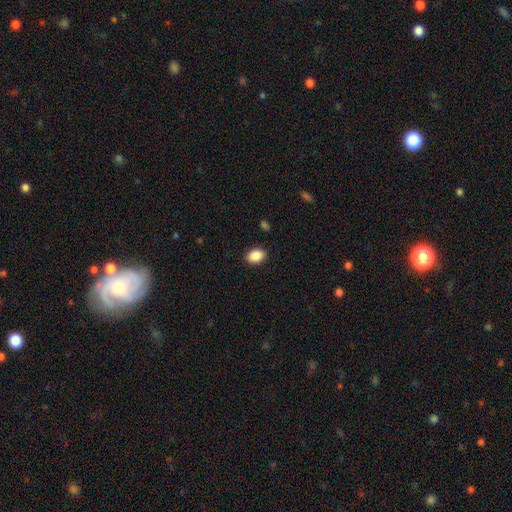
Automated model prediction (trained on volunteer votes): This is clearly a smooth galaxy (89%). How rounded: likely in between (72%). Merging: clearly none (89%).